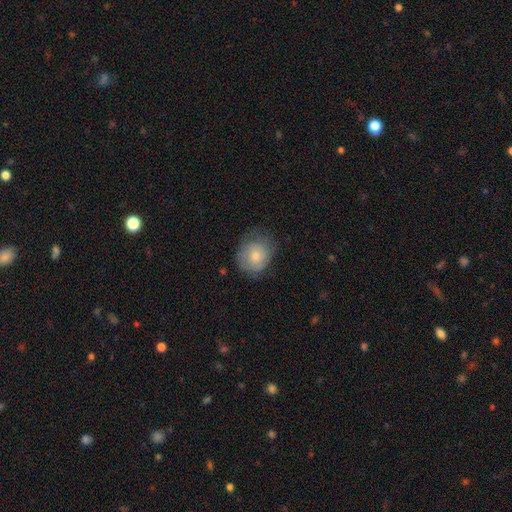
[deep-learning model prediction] Smooth or featured?
  - smooth: 73% *
  - featured or disk: 19%
  - star or artifact: 8%
How rounded?
  - round: 69% *
  - in between: 30%
  - cigar-shaped: 1%
Merging?
  - none: 58% *
  - minor disturbance: 29%
  - major disturbance: 11%
  - merger: 1%